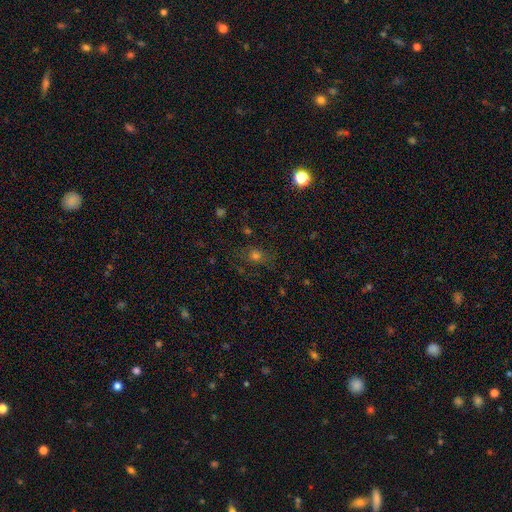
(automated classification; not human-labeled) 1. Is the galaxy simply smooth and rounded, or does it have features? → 55% smooth, 30% star or artifact, 15% featured or disk.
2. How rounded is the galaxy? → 64% round, 34% in between, 2% cigar-shaped.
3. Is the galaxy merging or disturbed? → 73% none, 17% minor disturbance, 8% major disturbance, 2% merger.